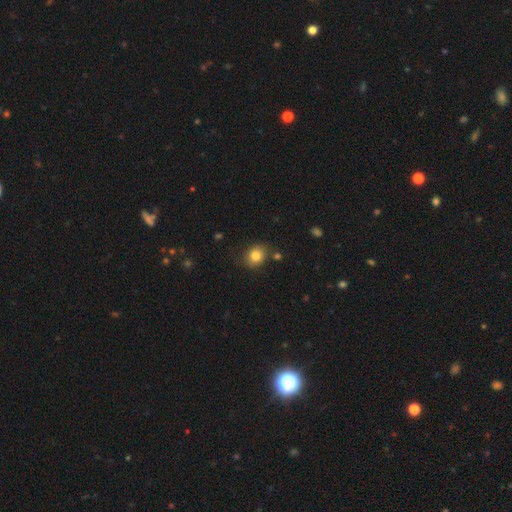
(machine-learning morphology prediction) Smooth or featured?
  - smooth: 82% *
  - star or artifact: 10%
  - featured or disk: 8%
How rounded?
  - round: 65% *
  - in between: 34%
  - cigar-shaped: 1%
Merging?
  - none: 75% *
  - minor disturbance: 16%
  - merger: 4%
  - major disturbance: 4%